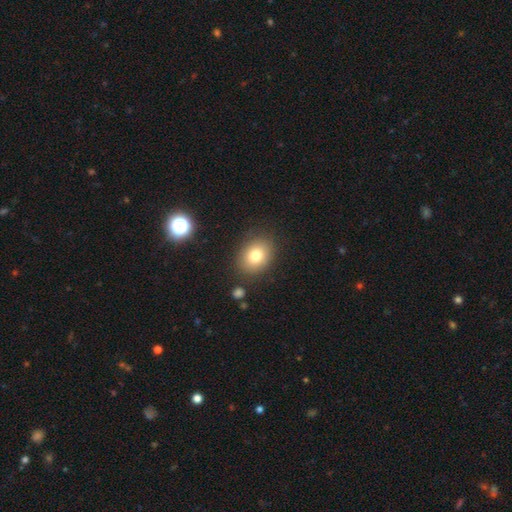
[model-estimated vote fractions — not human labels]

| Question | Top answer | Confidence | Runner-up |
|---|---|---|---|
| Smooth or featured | smooth | 79% | star or artifact (11%) |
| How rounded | in between | 55% | round (44%) |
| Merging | none | 84% | minor disturbance (10%) |